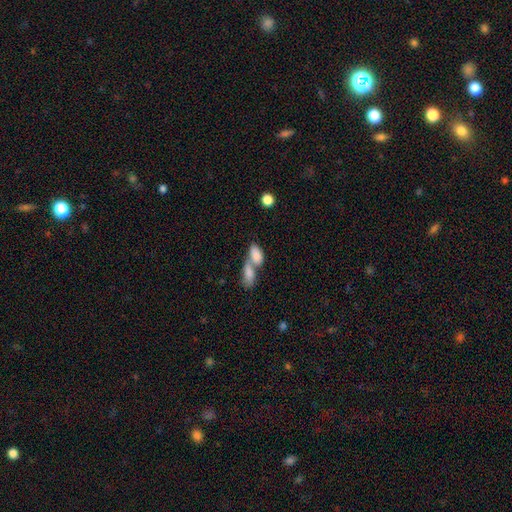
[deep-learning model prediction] A smooth galaxy with no disk features (81%) that is in between round and cigar-shaped (90%).

Vote fractions:
- Smooth or featured? smooth: 81% / featured or disk: 12% / star or artifact: 7%
- How rounded? in between: 90% / cigar-shaped: 6% / round: 4%
- Merging? merger: 71% / none: 19% / minor disturbance: 6% / major disturbance: 4%